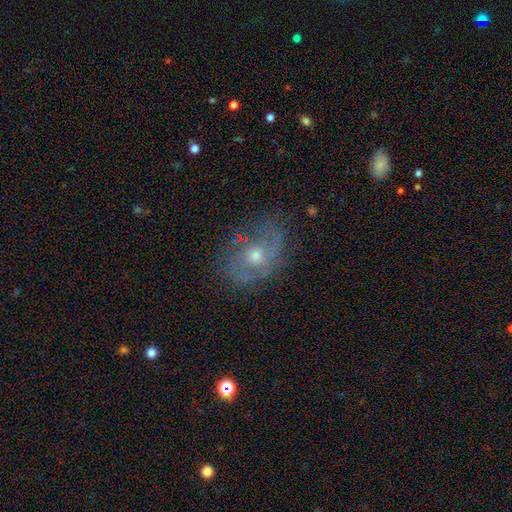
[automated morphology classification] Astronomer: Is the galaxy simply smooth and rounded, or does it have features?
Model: featured or disk — 58%.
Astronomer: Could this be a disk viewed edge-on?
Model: no — 95%.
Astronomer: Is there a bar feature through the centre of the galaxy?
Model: no — 77%.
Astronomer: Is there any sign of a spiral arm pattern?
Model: yes — 72%.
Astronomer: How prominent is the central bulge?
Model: moderate — 62%.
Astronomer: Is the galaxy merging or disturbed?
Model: none — 71%.